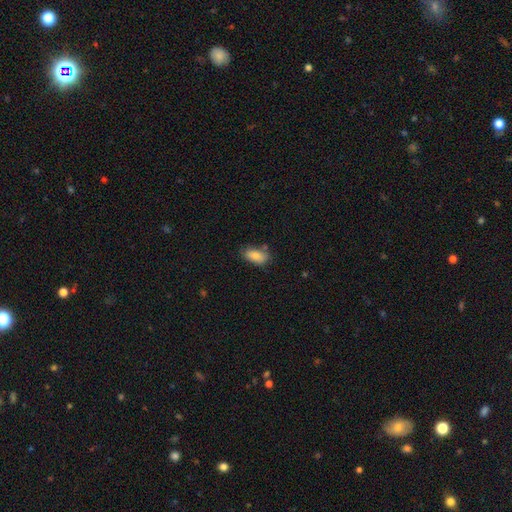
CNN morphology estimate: Overall: smooth (83%). How rounded: in between (91%). Merging: none (72%).